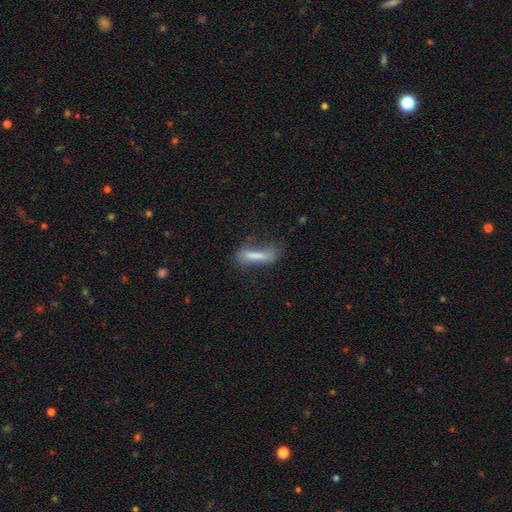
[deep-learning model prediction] Smooth or featured? smooth (70%)
How rounded? cigar-shaped (78%)
Merging? none (53%)